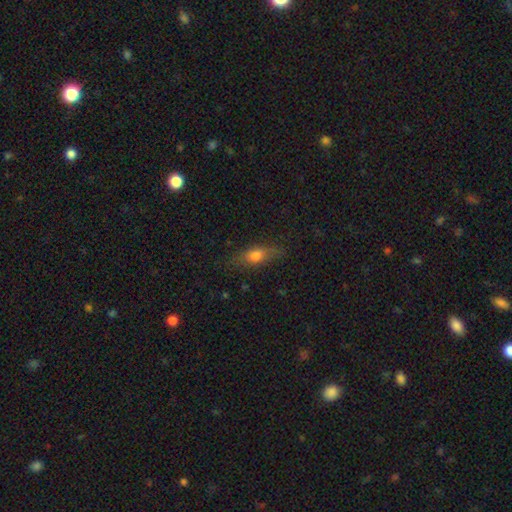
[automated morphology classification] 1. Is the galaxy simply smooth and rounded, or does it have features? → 71% smooth, 20% featured or disk, 9% star or artifact.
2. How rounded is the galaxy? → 71% in between, 23% cigar-shaped, 7% round.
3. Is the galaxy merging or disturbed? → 75% none, 18% minor disturbance, 6% major disturbance, 1% merger.